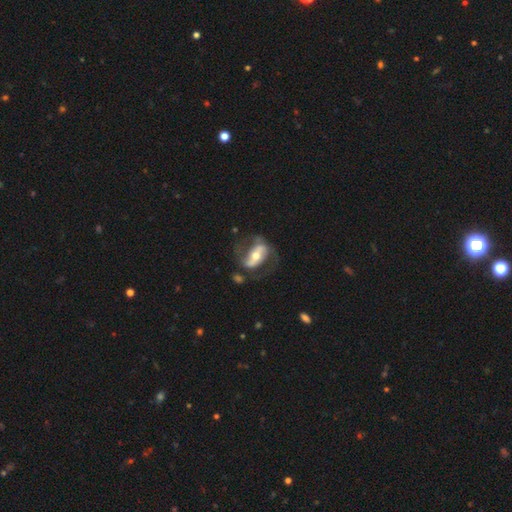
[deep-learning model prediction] smooth-or-featured: featured or disk: 74% | smooth: 20% | star or artifact: 6%
  disk-edge-on: no: 92% | yes: 8%
    bar: strong: 51% | weak: 25% | no: 24%
    has-spiral-arms: yes: 81% | no: 19%
      spiral-winding: medium: 43% | loose: 41% | tight: 17%
      spiral-arm-count: 2: 85% | can't tell: 7% | 1: 4% | 3: 1% | 4: 1% | more than 4: 1%
    bulge-size: moderate: 62% | small: 27% | large: 8% | dominant: 1% | none: 1%
  merging: none: 58% | major disturbance: 19% | minor disturbance: 19% | merger: 4%